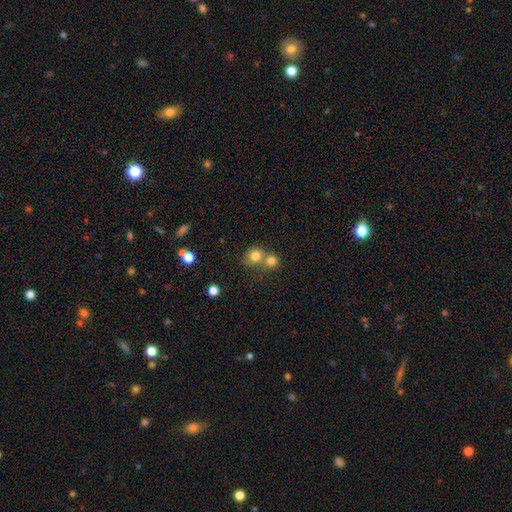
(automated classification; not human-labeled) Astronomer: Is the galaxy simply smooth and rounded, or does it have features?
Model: smooth — 79%.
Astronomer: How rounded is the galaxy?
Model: round — 85%.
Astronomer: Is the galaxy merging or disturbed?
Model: none — 46% (runner-up: merger, 44%).